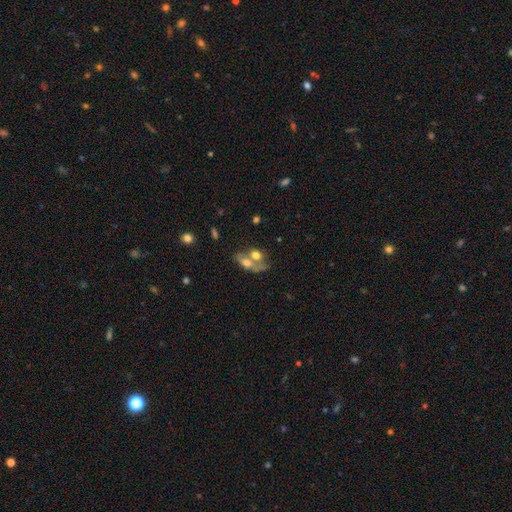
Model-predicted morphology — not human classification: A smooth galaxy with no disk features (58%) that is in between round and cigar-shaped (69%). Merging: merger (60%).